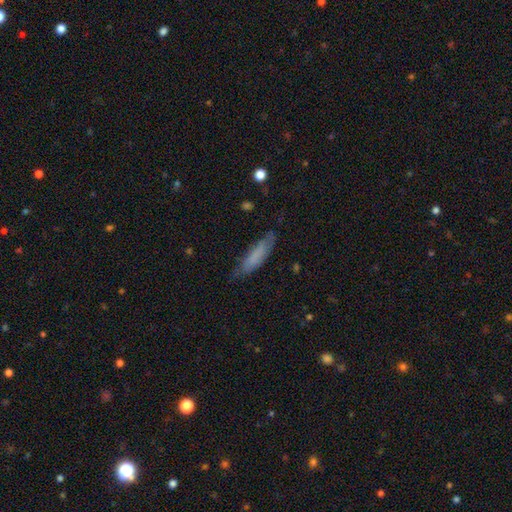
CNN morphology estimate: smooth-or-featured: smooth: 69% | featured or disk: 24% | star or artifact: 7%
  how-rounded: cigar-shaped: 69% | in between: 30% | round: 2%
  merging: none: 68% | minor disturbance: 24% | major disturbance: 6% | merger: 2%